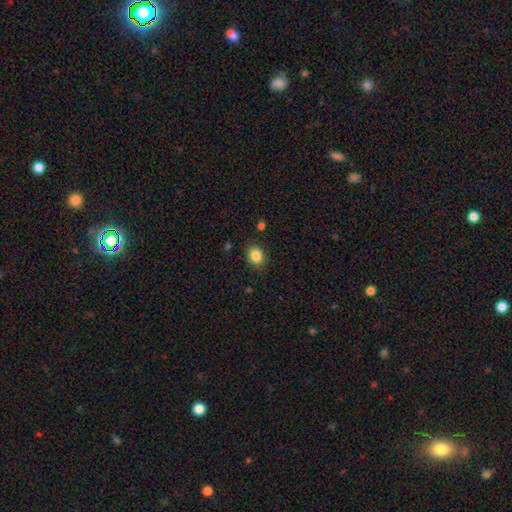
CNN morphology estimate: The model was most divided on "how rounded": in between: 53%, round: 46%, cigar-shaped: 1%. More confident: smooth or featured — smooth (86%); merging — none (85%).